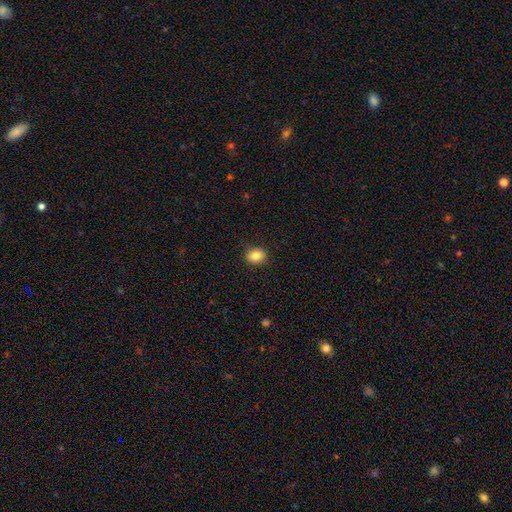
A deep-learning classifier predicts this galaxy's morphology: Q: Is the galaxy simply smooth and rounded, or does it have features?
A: smooth — 86%.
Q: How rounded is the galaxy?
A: in between — 50%.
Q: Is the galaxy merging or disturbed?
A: none — 88%.